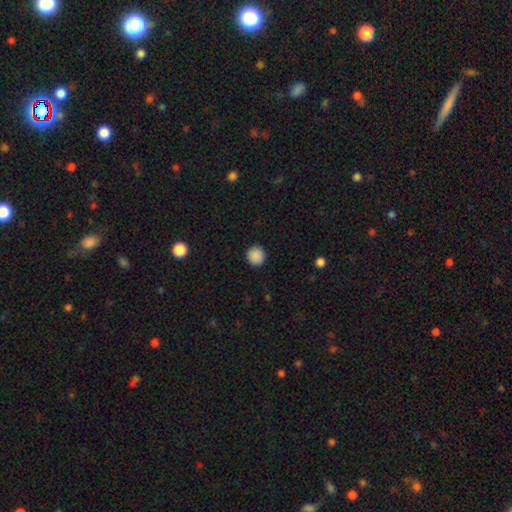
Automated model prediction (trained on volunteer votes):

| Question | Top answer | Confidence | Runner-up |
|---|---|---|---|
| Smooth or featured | smooth | 88% | star or artifact (9%) |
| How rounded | round | 91% | in between (8%) |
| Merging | none | 92% | minor disturbance (5%) |